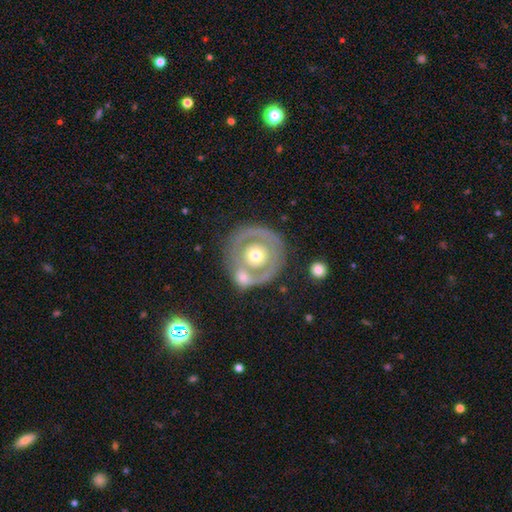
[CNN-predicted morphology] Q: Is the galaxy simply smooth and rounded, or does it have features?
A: featured or disk — 64%.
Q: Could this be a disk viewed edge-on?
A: no — 96%.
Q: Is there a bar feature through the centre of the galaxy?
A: no — 91%.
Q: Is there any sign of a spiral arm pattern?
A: no — 76%.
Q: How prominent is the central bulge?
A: moderate — 68%.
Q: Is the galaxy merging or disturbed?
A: none — 61%.